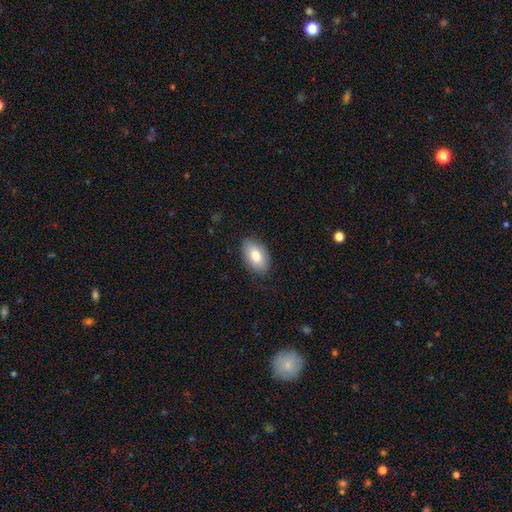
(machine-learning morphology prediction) The model was most divided on "smooth or featured": smooth: 80%, featured or disk: 14%, star or artifact: 7%. More confident: how rounded — in between (92%); merging — none (84%).